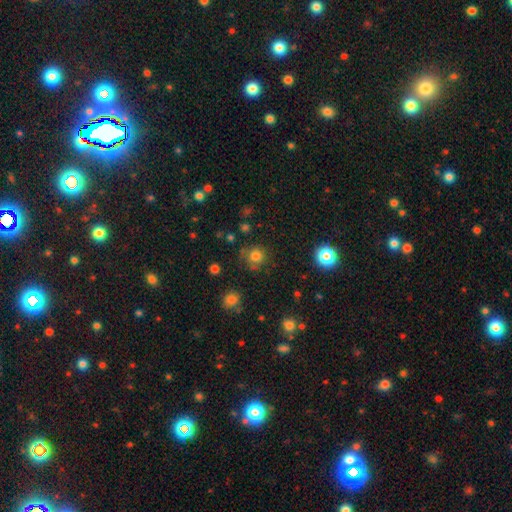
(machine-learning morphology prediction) The model was most divided on "merging": none: 75%, minor disturbance: 15%, major disturbance: 6%, merger: 4%. More confident: how rounded — round (91%); smooth or featured — smooth (78%).